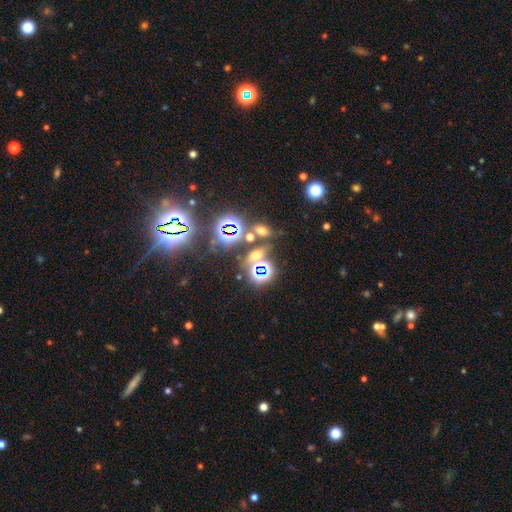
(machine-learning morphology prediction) This is possibly a star or artifact rather than a galaxy (57%).